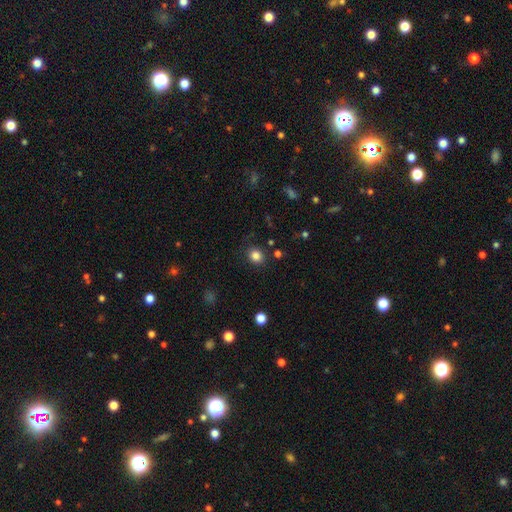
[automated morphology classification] smooth-or-featured: smooth: 84% | star or artifact: 11% | featured or disk: 5%
  how-rounded: round: 74% | in between: 25% | cigar-shaped: 1%
  merging: none: 85% | minor disturbance: 10% | major disturbance: 3% | merger: 2%